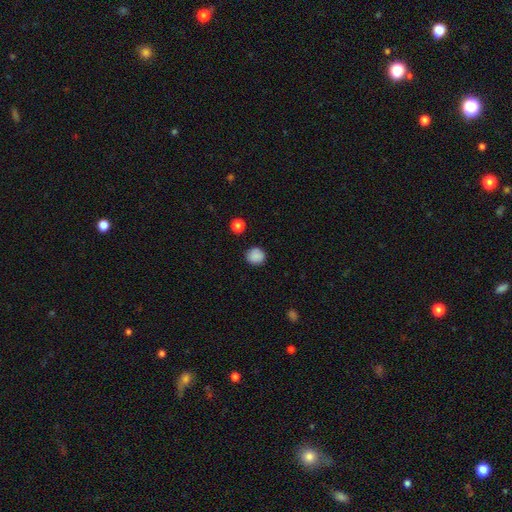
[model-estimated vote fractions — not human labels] smooth 86%, star or artifact 10%, featured or disk 4%. Down the decision tree: how rounded — round (89%); merging — none (86%).